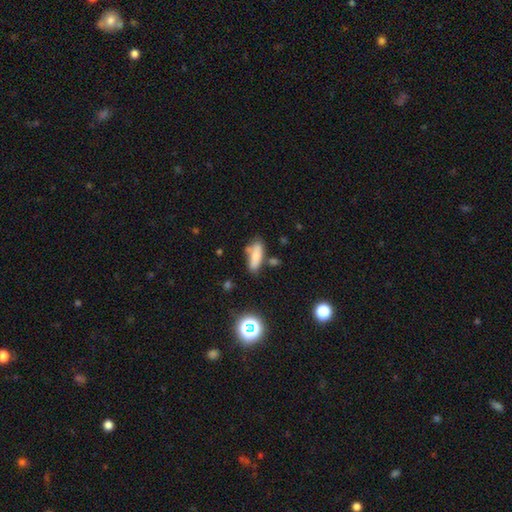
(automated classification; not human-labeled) Q: Smooth or featured?
A: smooth (74%); runner-up: featured or disk (17%)
Q: How rounded?
A: in between (61%); runner-up: cigar-shaped (36%)
Q: Merging?
A: none (60%); runner-up: minor disturbance (21%)